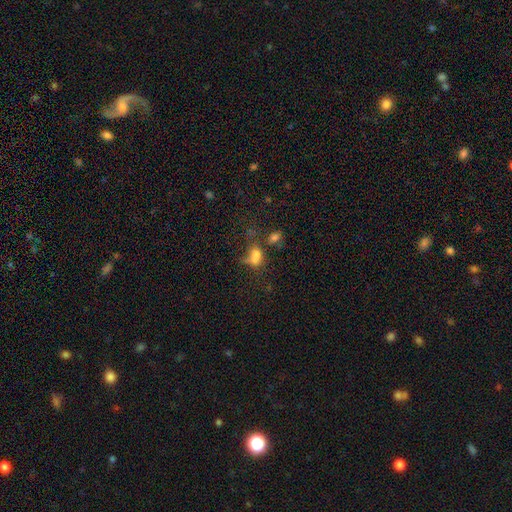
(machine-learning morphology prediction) smooth-or-featured: smooth: 64% | featured or disk: 19% | star or artifact: 17%
  how-rounded: in between: 68% | round: 28% | cigar-shaped: 4%
  merging: merger: 44% | none: 23% | major disturbance: 21% | minor disturbance: 13%